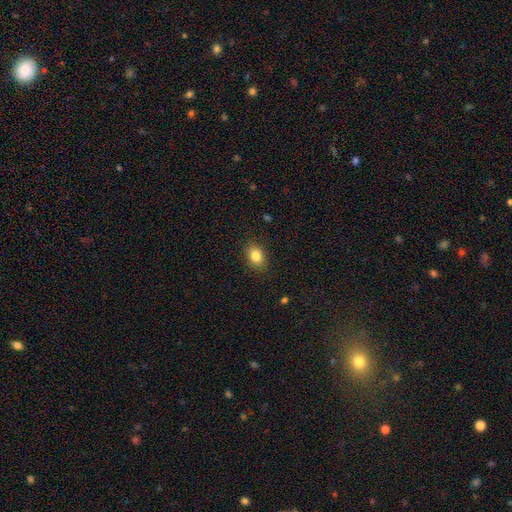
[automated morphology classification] smooth_or_featured: smooth (p=0.84) [alt: star or artifact p=0.09]
how_rounded: in between (p=0.74) [alt: round p=0.25]
merging: none (p=0.87) [alt: minor disturbance p=0.10]